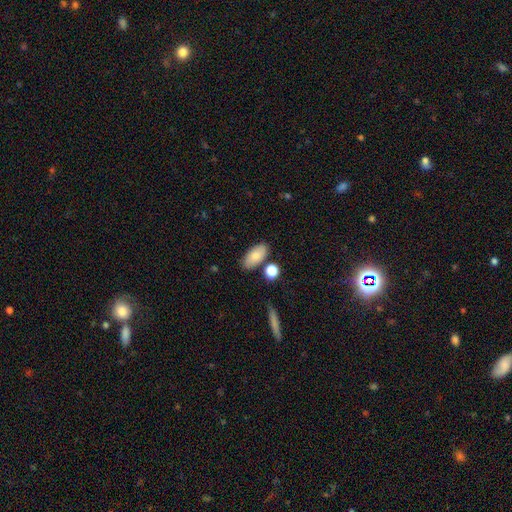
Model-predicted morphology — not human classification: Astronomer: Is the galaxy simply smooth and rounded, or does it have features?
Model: smooth — 81%.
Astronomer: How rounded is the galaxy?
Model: in between — 91%.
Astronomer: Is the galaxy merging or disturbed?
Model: none — 78%.